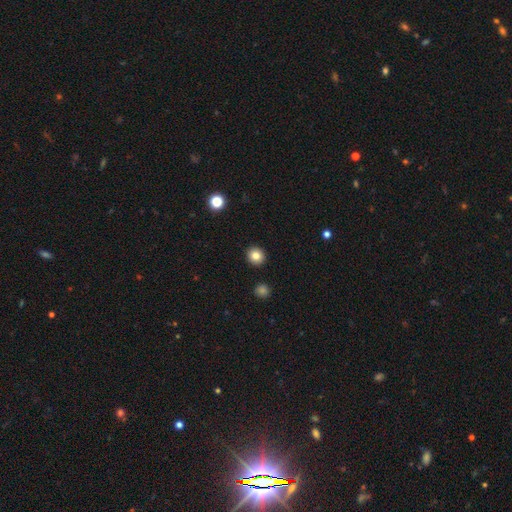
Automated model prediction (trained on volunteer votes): A smooth galaxy with no disk features (83%) that is round (88%). Merging: none (92%).